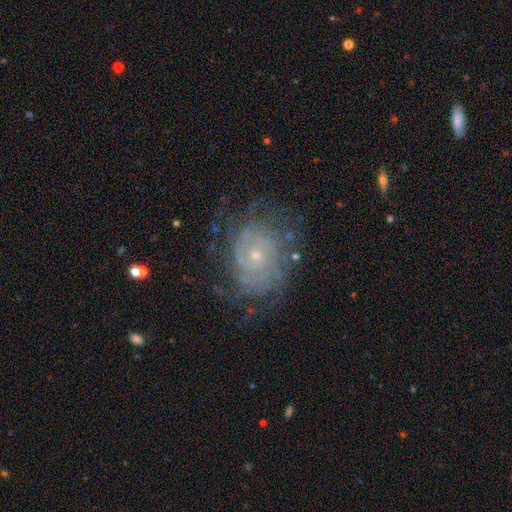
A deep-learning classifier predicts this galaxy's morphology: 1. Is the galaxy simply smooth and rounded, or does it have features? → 82% featured or disk, 9% smooth, 9% star or artifact.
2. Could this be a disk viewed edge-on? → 97% no, 3% yes.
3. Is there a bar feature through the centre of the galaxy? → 79% no, 18% weak, 4% strong.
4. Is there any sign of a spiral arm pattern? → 93% yes, 7% no.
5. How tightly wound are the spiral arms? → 73% tight, 21% medium, 6% loose.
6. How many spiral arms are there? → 41% can't tell, 15% 4, 14% 2, 12% 3, 11% more than 4, 6% 1.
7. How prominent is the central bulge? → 80% small, 16% moderate, 2% none, 1% large, 1% dominant.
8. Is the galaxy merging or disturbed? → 69% none, 18% minor disturbance, 11% major disturbance, 2% merger.